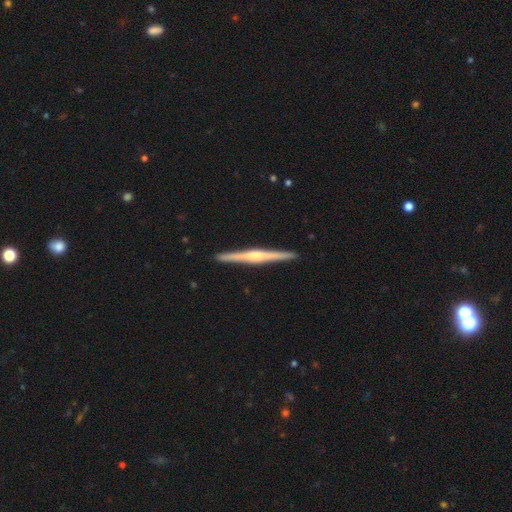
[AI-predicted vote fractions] Smooth or featured?
  - featured or disk: 78% *
  - smooth: 18%
  - star or artifact: 4%
Edge-on disk?
  - yes: 99% *
  - no: 1%
Edge-on bulge?
  - rounded: 69% *
  - none: 16%
  - boxy: 15%
Merging?
  - none: 93% *
  - minor disturbance: 5%
  - major disturbance: 1%
  - merger: 1%